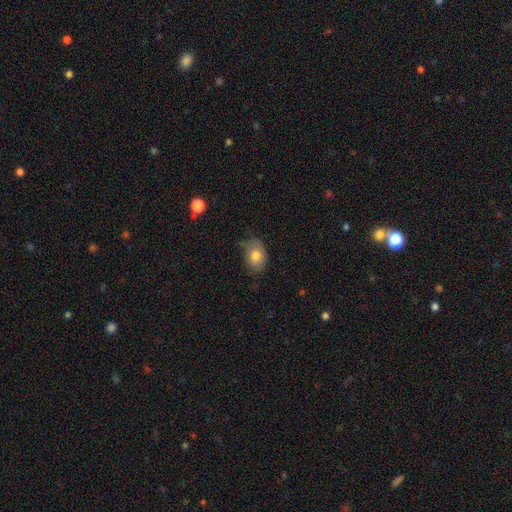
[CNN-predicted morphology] smooth 78%, featured or disk 13%, star or artifact 9%. Down the decision tree: how rounded — in between (74%); merging — none (61%).